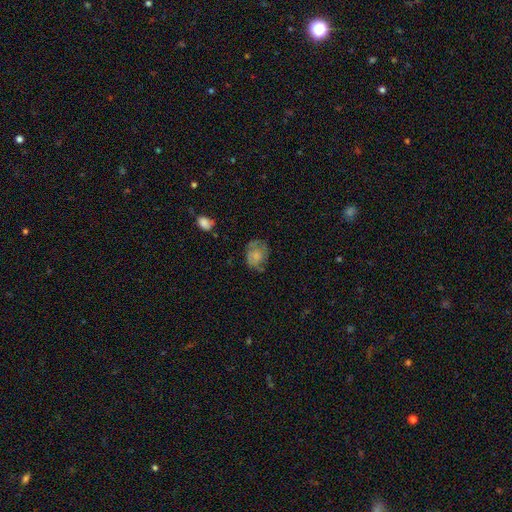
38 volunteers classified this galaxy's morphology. Q: Smooth or featured?
A: smooth (50%); runner-up: featured or disk (47%)
Q: How rounded?
A: in between (53%); runner-up: round (47%)
Q: Merging?
A: none (43%); runner-up: minor disturbance (41%)